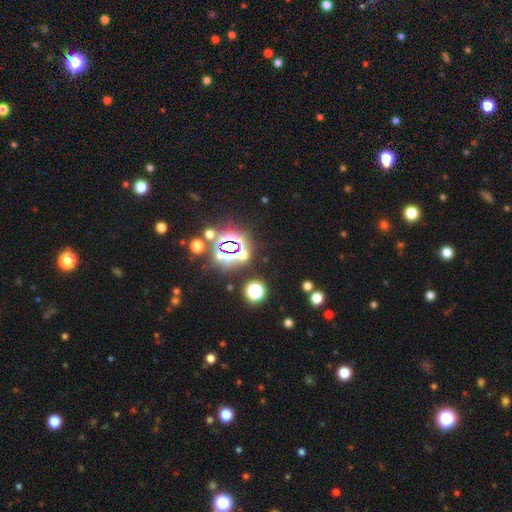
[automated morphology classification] type=star or artifact (82%).